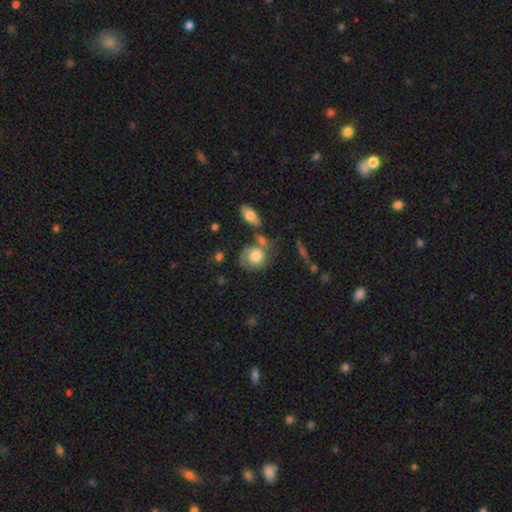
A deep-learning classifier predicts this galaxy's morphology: type=smooth (66%); roundness=round (65%); merging=none (43%).